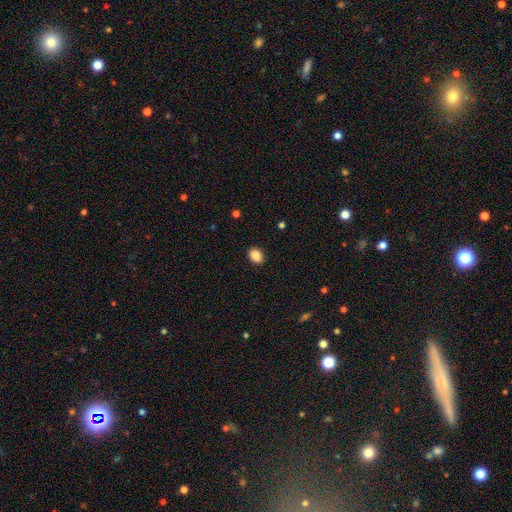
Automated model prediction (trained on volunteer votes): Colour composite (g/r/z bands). It shows a smooth galaxy with no disk features (89%) that is in between round and cigar-shaped (66%). Merging: none (89%).